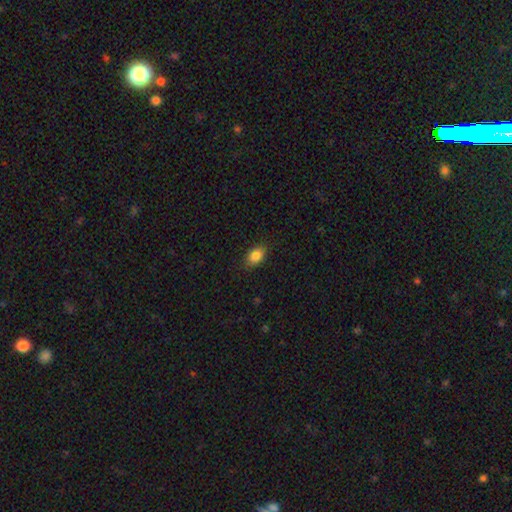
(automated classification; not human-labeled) This appears to be a smooth galaxy with no disk features (86%) that is in between round and cigar-shaped (84%). Merging: none (86%).